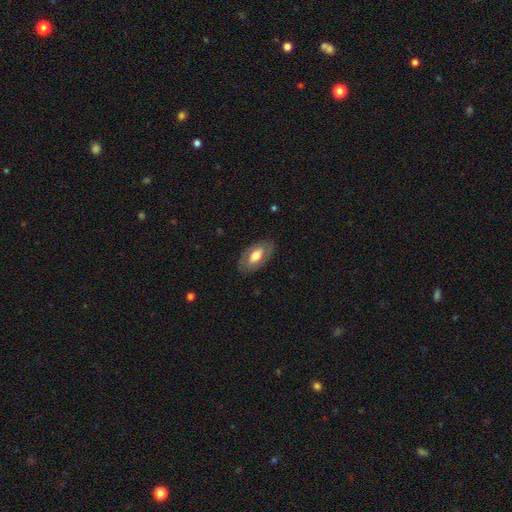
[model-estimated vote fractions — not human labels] Q: Smooth or featured?
A: smooth (61%); runner-up: featured or disk (33%)
Q: How rounded?
A: in between (93%); runner-up: round (4%)
Q: Merging?
A: none (83%); runner-up: minor disturbance (12%)